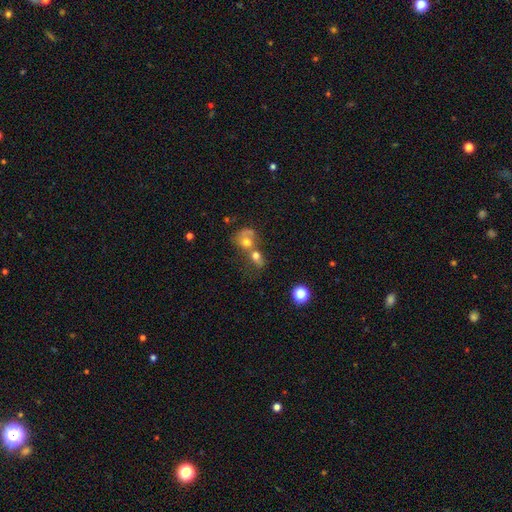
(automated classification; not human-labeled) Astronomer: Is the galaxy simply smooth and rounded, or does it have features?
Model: smooth — 64%.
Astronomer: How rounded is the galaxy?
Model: round — 55% (runner-up: in between, 42%).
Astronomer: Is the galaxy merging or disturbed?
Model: merger — 67%.